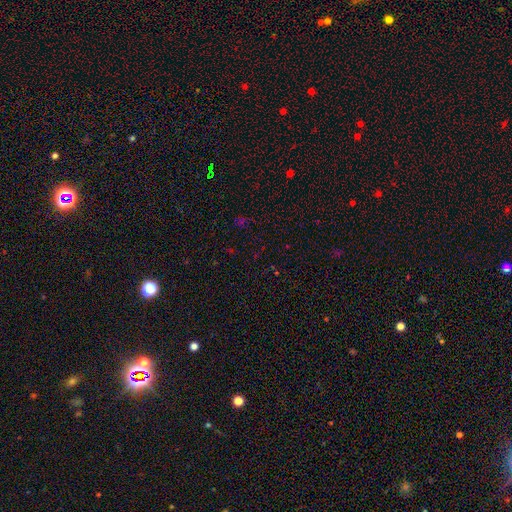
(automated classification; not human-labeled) This appears to be a star or artifact, not a galaxy (69%).